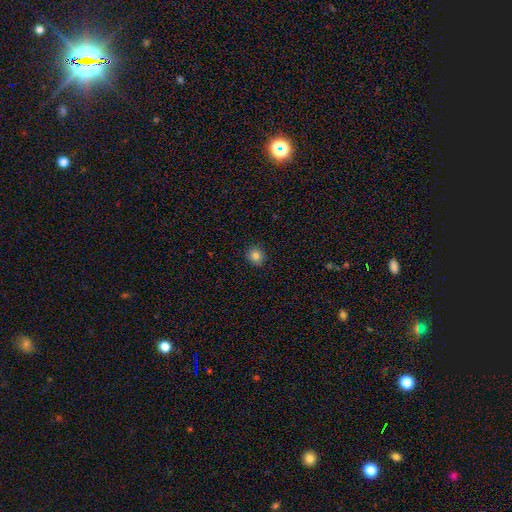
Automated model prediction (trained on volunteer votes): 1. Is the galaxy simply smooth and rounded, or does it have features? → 83% smooth, 12% star or artifact, 6% featured or disk.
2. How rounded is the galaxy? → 86% round, 13% in between, 1% cigar-shaped.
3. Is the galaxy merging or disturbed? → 91% none, 6% minor disturbance, 2% major disturbance, 1% merger.